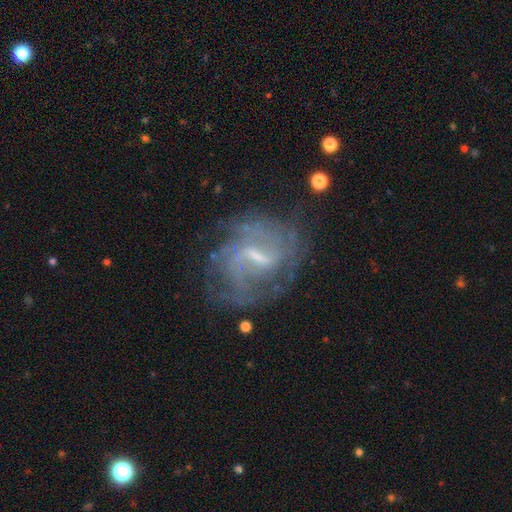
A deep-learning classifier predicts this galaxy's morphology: This appears to be a featured or disk galaxy (81%) with a weak bar (50%), medium (41%) spiral arms (83%) and a small central bulge (44%). Merging: none (62%).